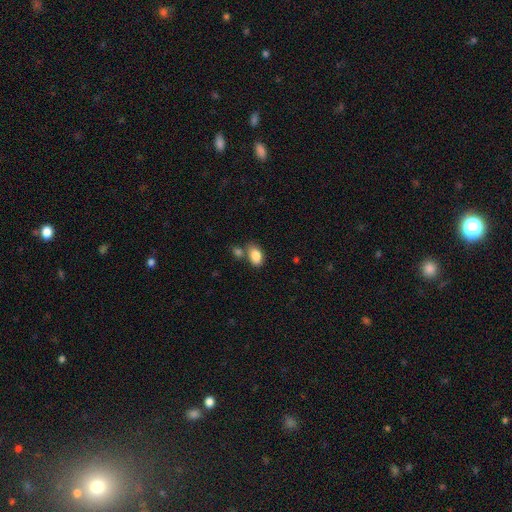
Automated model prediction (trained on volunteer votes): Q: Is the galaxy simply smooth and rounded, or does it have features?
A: smooth — 86%.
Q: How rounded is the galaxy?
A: in between — 90%.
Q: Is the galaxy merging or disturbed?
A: none — 61%.